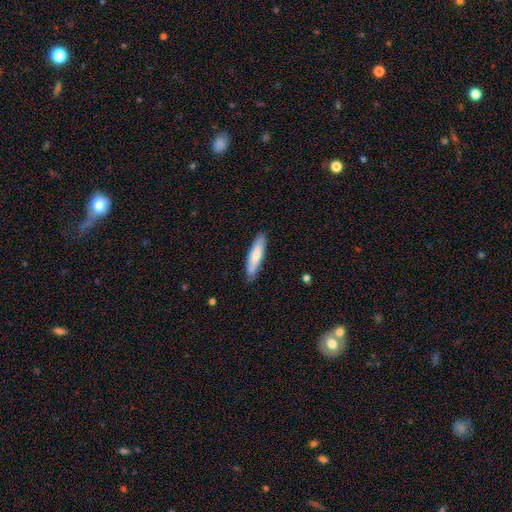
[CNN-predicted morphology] Smooth or featured?
  - smooth: 73% *
  - featured or disk: 22%
  - star or artifact: 5%
How rounded?
  - cigar-shaped: 75% *
  - in between: 24%
  - round: 1%
Merging?
  - none: 83% *
  - minor disturbance: 13%
  - major disturbance: 2%
  - merger: 1%